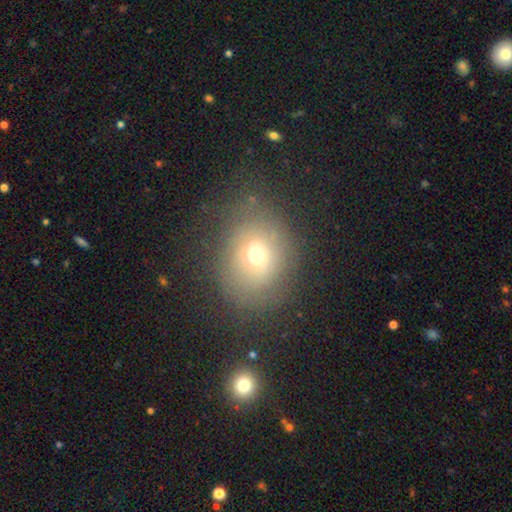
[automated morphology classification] Smooth or featured?
  - smooth: 59% *
  - featured or disk: 25%
  - star or artifact: 16%
How rounded?
  - round: 55% *
  - in between: 44%
  - cigar-shaped: 1%
Merging?
  - none: 71% *
  - minor disturbance: 18%
  - major disturbance: 9%
  - merger: 3%